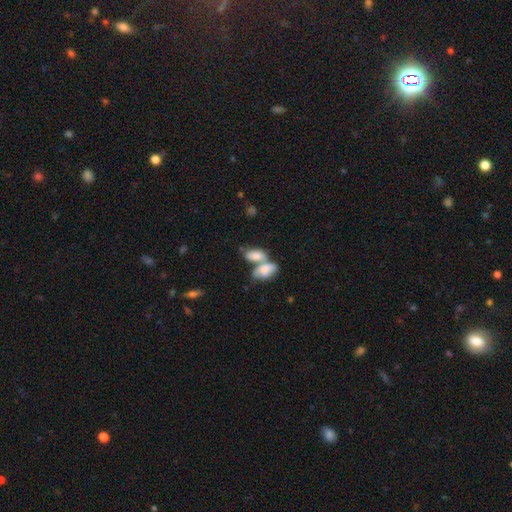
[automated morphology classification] type=smooth (77%); roundness=in between (91%); merging=merger (66%).